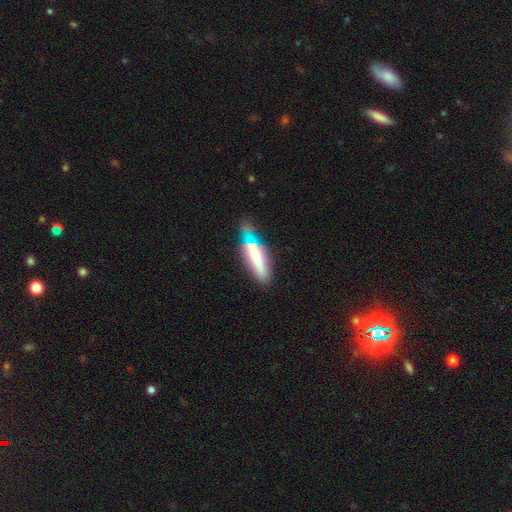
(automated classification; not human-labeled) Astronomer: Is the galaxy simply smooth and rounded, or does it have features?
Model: smooth — 61%.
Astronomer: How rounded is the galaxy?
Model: cigar-shaped — 69%.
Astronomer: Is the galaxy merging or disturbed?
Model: none — 58%.